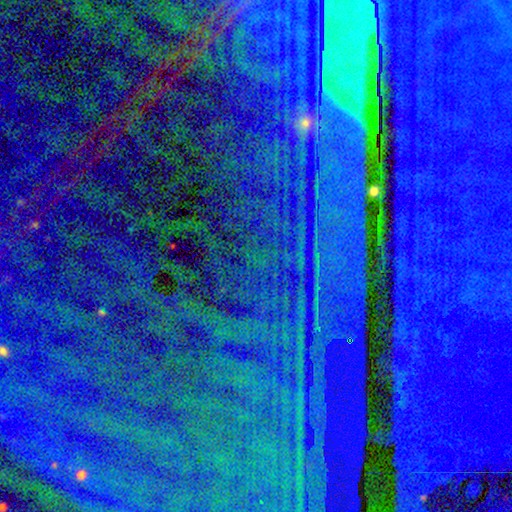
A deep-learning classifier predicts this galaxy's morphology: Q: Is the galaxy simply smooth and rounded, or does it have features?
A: star or artifact — 88%.